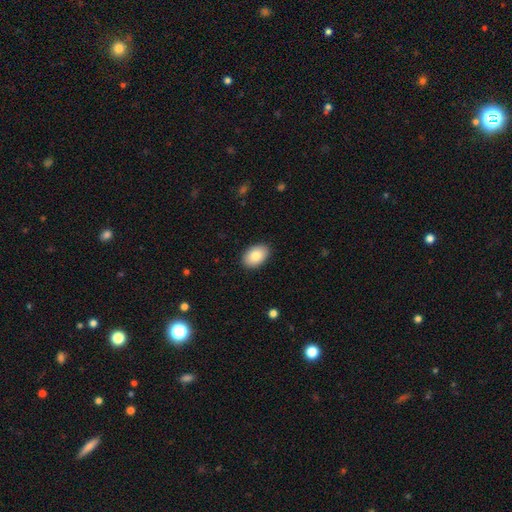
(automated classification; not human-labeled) smooth_or_featured: smooth (p=0.84) [alt: featured or disk p=0.09]
how_rounded: in between (p=0.89) [alt: round p=0.10]
merging: none (p=0.89) [alt: minor disturbance p=0.08]